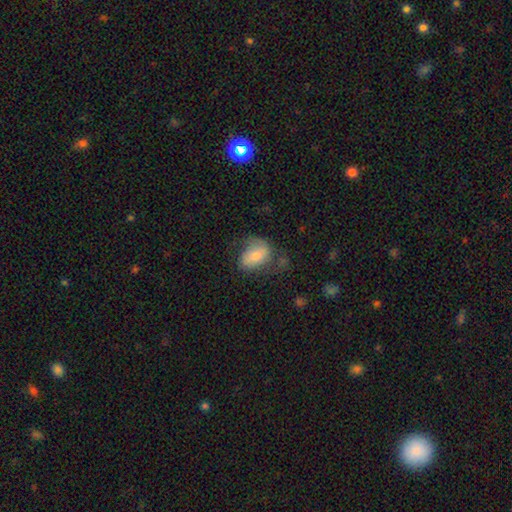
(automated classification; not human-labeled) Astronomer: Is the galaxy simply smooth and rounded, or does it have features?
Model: smooth — 61%.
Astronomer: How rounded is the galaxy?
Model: in between — 79%.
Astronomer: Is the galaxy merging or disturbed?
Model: none — 48% (runner-up: minor disturbance, 29%).